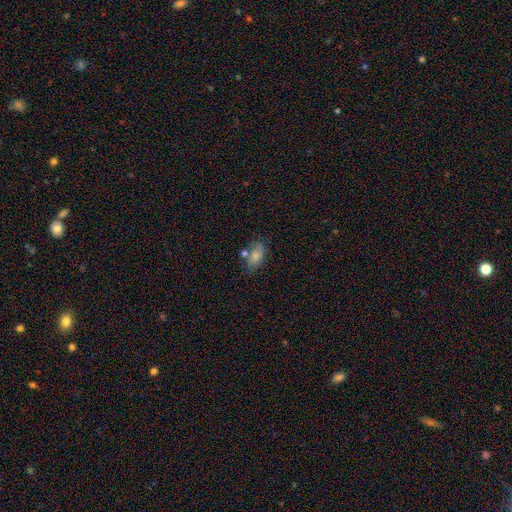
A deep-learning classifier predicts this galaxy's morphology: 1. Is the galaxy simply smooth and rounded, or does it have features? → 74% smooth, 17% featured or disk, 9% star or artifact.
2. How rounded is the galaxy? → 89% in between, 8% round, 3% cigar-shaped.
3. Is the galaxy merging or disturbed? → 53% none, 23% minor disturbance, 16% merger, 8% major disturbance.